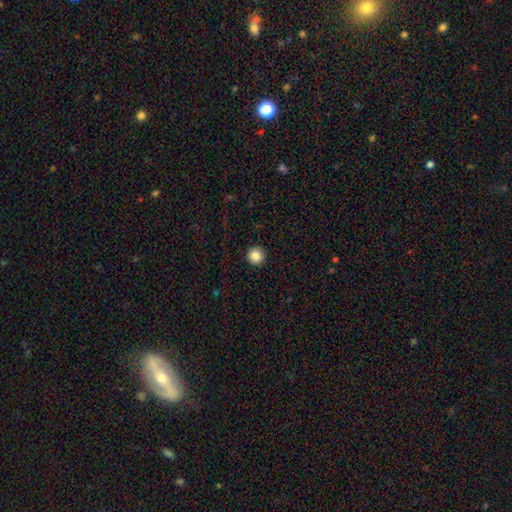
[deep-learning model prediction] smooth-or-featured: smooth: 85% | star or artifact: 10% | featured or disk: 5%
  how-rounded: round: 96% | in between: 3% | cigar-shaped: 1%
  merging: none: 93% | minor disturbance: 4% | major disturbance: 2% | merger: 1%